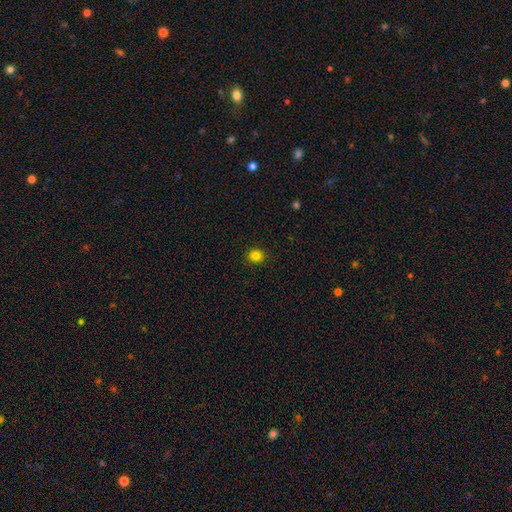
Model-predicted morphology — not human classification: This is clearly a smooth galaxy (82%). How rounded: clearly round (83%). Merging: clearly none (92%).